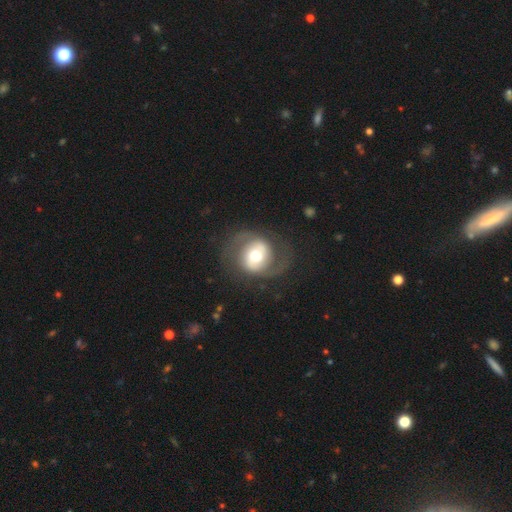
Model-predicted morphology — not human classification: Smooth or featured? Predicted: featured or disk (p=0.70). Edge-on disk? Predicted: no (p=0.97). Bar? Predicted: no (p=0.53). Spiral arms? Predicted: yes (p=0.80). Spiral winding? Predicted: medium (p=0.47). Spiral arm count? Predicted: 2 (p=0.86). Bulge size? Predicted: moderate (p=0.67). Merging? Predicted: none (p=0.71).